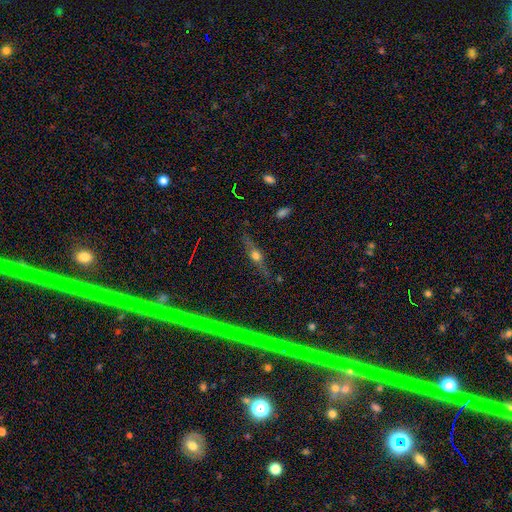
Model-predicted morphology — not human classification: smooth_or_featured: featured or disk (p=0.57) [alt: smooth p=0.31]
disk_edge_on: yes (p=0.89) [alt: no p=0.11]
edge_on_bulge: rounded (p=0.91) [alt: boxy p=0.04]
merging: none (p=0.79) [alt: minor disturbance p=0.14]